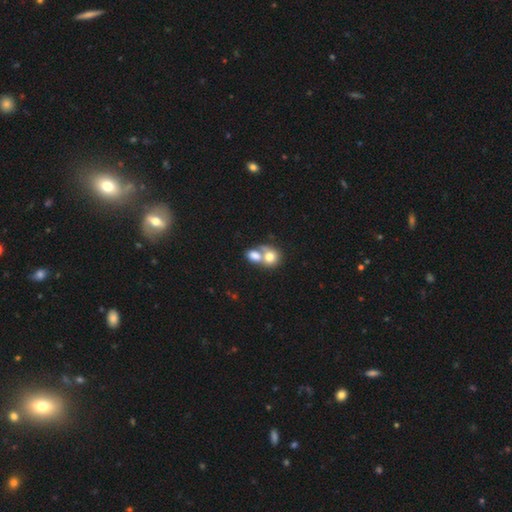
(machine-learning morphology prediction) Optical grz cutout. It shows a smooth galaxy with no disk features (74%) that is round (51%). Merging: merger (69%).